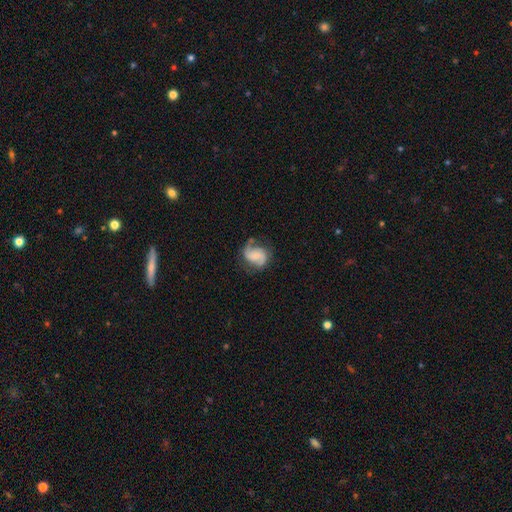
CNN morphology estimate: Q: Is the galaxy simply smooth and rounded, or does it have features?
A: featured or disk — 74%.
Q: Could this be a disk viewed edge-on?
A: no — 98%.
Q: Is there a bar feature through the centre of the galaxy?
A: no — 56%.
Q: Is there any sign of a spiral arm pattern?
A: yes — 94%.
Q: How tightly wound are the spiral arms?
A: medium — 47%.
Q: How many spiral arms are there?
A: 2 — 83%.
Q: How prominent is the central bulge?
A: small — 53%.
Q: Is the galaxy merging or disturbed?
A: none — 63%.